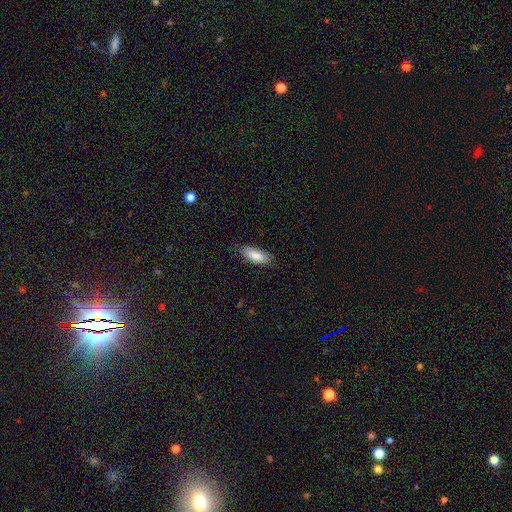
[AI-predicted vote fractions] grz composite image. It shows a smooth galaxy with no disk features (86%) that is in between round and cigar-shaped (77%). Merging: none (77%).